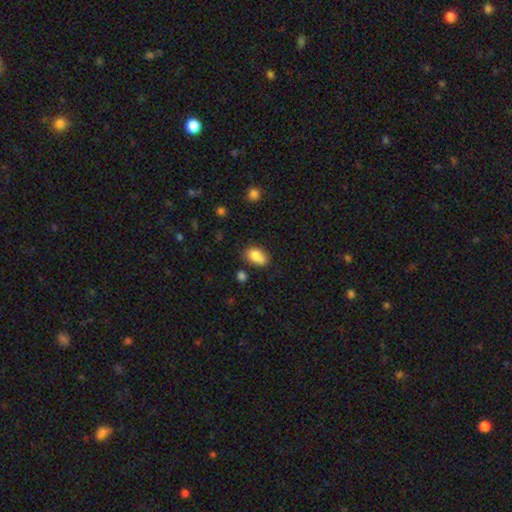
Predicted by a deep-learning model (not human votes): Smooth or featured: smooth — 83% (star or artifact — 9%)
How rounded: in between — 82% (round — 16%)
Merging: none — 58% (minor disturbance — 25%)